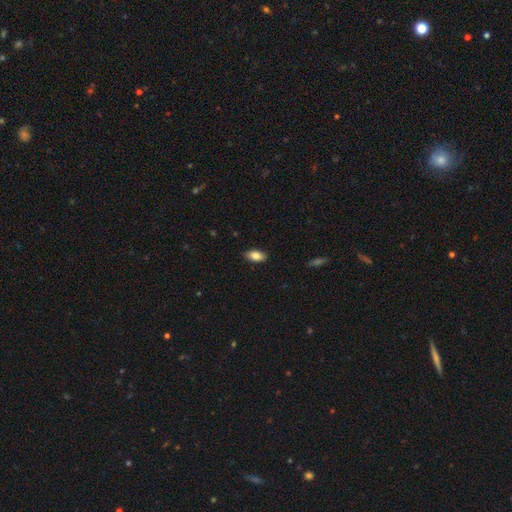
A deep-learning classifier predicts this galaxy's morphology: Smooth or featured?
  - smooth: 86% *
  - star or artifact: 7%
  - featured or disk: 7%
How rounded?
  - in between: 92% *
  - cigar-shaped: 4%
  - round: 4%
Merging?
  - none: 88% *
  - minor disturbance: 9%
  - major disturbance: 2%
  - merger: 1%